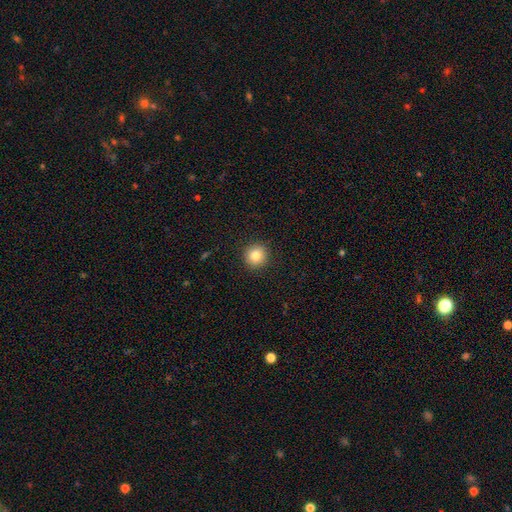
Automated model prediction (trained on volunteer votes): This appears to be a smooth galaxy with no disk features (82%) that is round (95%). Merging: none (92%).